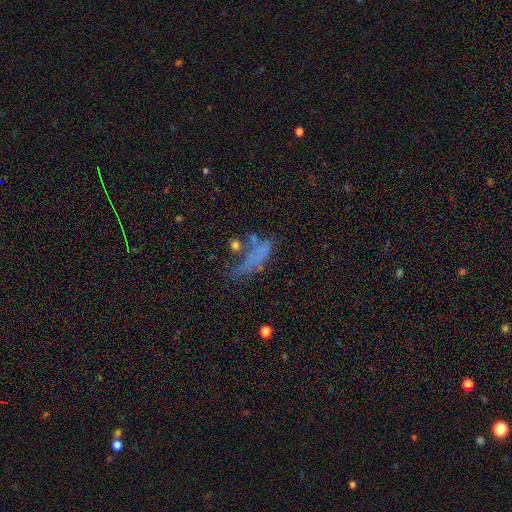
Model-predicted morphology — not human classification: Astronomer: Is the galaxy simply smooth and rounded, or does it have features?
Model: smooth — 47% (runner-up: featured or disk, 33%).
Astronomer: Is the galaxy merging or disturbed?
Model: none — 34% (runner-up: major disturbance, 32%).